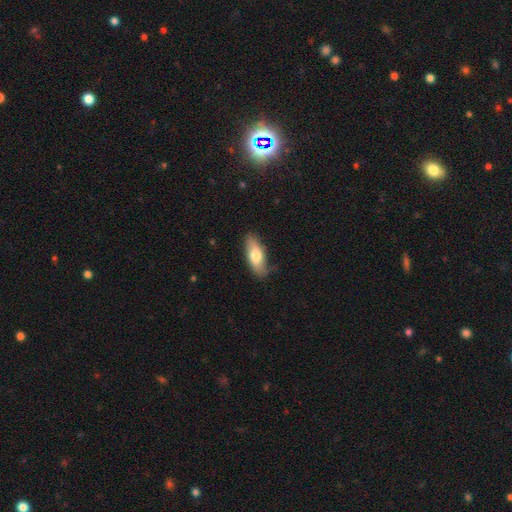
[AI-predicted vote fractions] This is likely a smooth galaxy (70%). How rounded: likely in between (73%). Merging: likely none (79%).